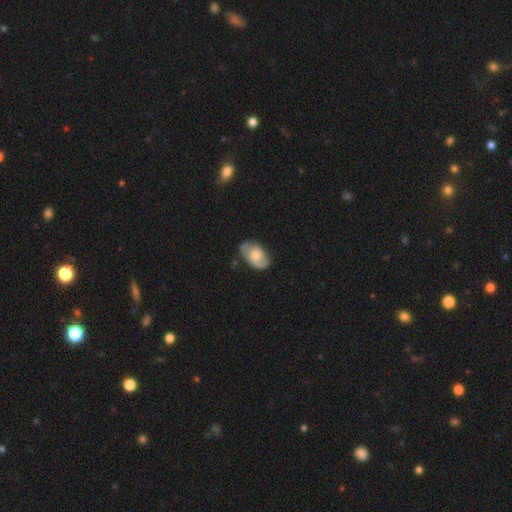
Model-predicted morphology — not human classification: Smooth or featured: smooth — 50% (featured or disk — 43%)
How rounded: in between — 91% (round — 8%)
Merging: none — 62% (minor disturbance — 27%)